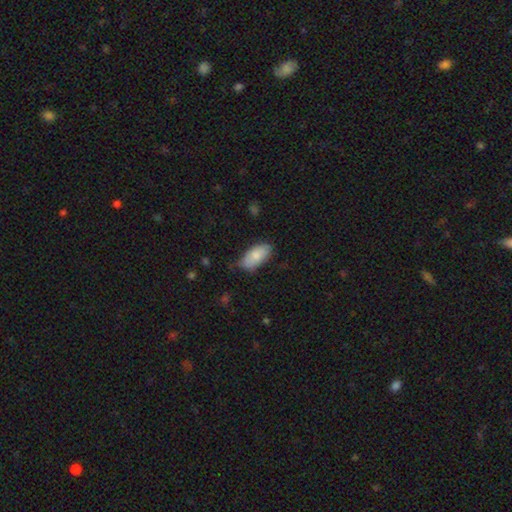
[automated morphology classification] type=smooth (81%); roundness=in between (92%); merging=none (66%).